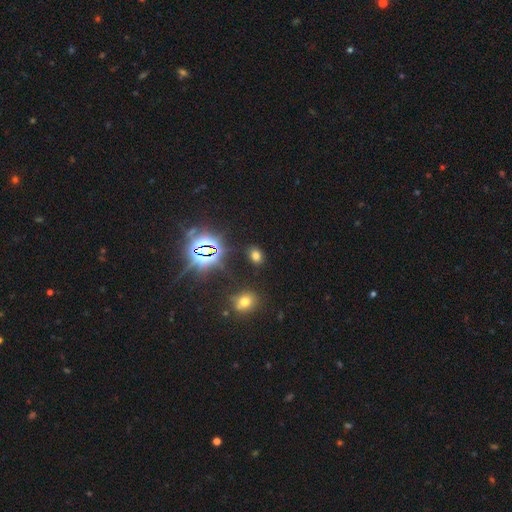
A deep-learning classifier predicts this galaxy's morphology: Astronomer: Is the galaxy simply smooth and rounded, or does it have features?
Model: smooth — 58% (runner-up: star or artifact, 35%).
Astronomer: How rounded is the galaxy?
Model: in between — 71%.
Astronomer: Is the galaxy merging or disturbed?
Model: none — 84%.